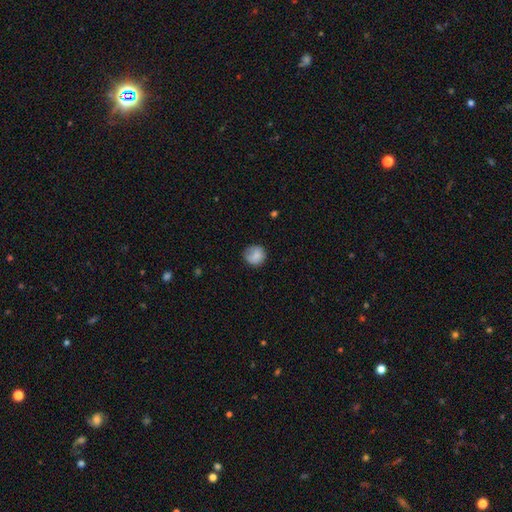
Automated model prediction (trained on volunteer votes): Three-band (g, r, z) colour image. It shows a smooth galaxy with no disk features (80%) that is round (85%). Merging: none (71%).